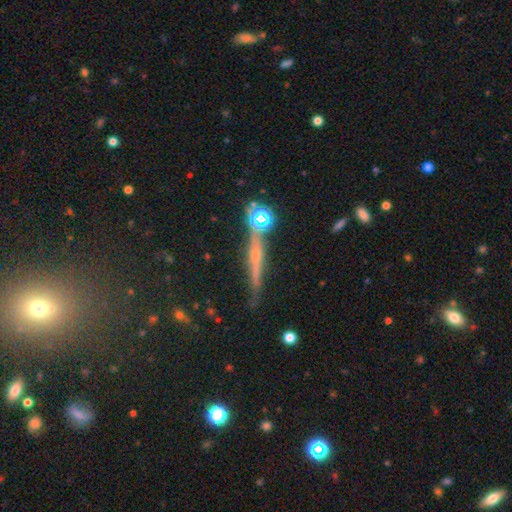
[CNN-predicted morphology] Smooth or featured? featured or disk (57%)
Edge-on disk? yes (93%)
Edge-on bulge? rounded (51%)
Merging? none (75%)